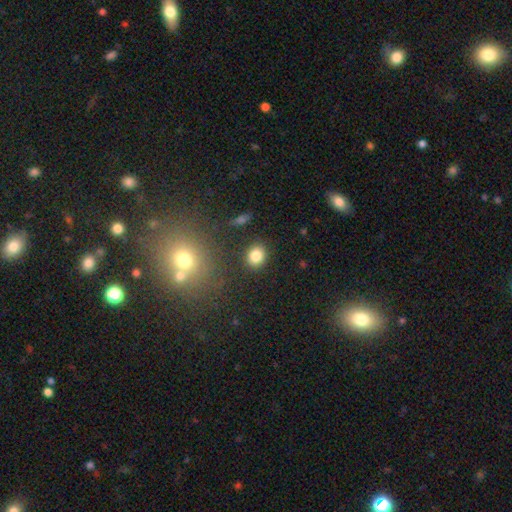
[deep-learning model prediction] Smooth or featured? Predicted: smooth (p=0.83). How rounded? Predicted: round (p=0.67). Merging? Predicted: none (p=0.87).